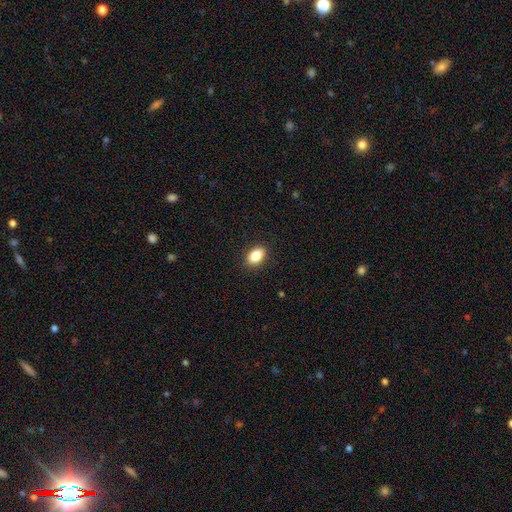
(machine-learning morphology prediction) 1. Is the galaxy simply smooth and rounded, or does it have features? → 85% smooth, 8% star or artifact, 7% featured or disk.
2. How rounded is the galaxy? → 87% in between, 11% round, 2% cigar-shaped.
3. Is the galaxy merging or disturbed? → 89% none, 8% minor disturbance, 2% major disturbance, 1% merger.